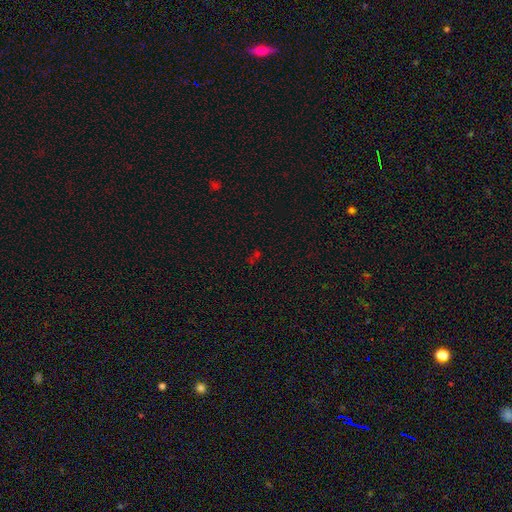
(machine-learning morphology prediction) Smooth or featured?
  - star or artifact: 55% *
  - smooth: 35%
  - featured or disk: 11%